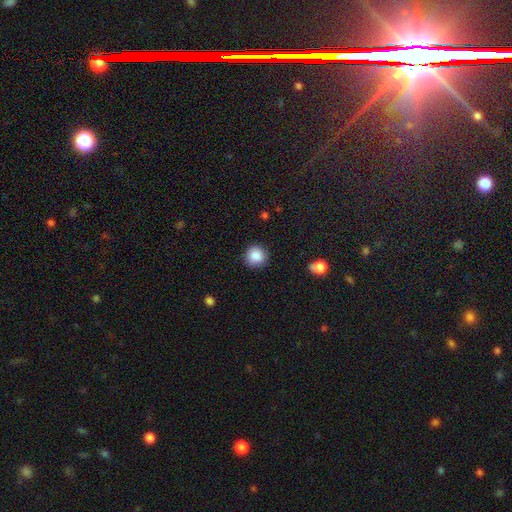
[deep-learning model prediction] Morphology: type=smooth (87%); roundness=round (92%); merging=none (89%).